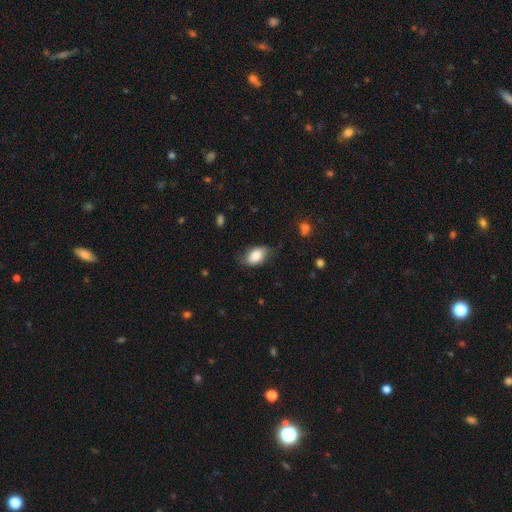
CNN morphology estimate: Smooth or featured?
  - smooth: 83% *
  - featured or disk: 10%
  - star or artifact: 7%
How rounded?
  - in between: 90% *
  - round: 9%
  - cigar-shaped: 2%
Merging?
  - none: 66% *
  - minor disturbance: 26%
  - major disturbance: 7%
  - merger: 1%